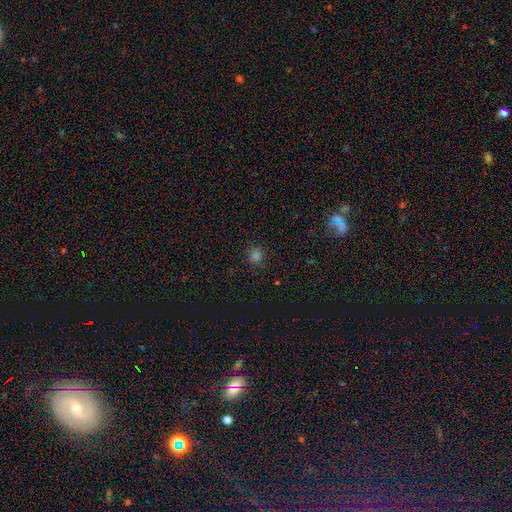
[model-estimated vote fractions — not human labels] A smooth galaxy with no disk features (71%) that is round (90%).

Vote fractions:
- Smooth or featured? smooth: 71% / star or artifact: 25% / featured or disk: 4%
- How rounded? round: 90% / in between: 8% / cigar-shaped: 1%
- Merging? none: 88% / minor disturbance: 8% / major disturbance: 3% / merger: 2%